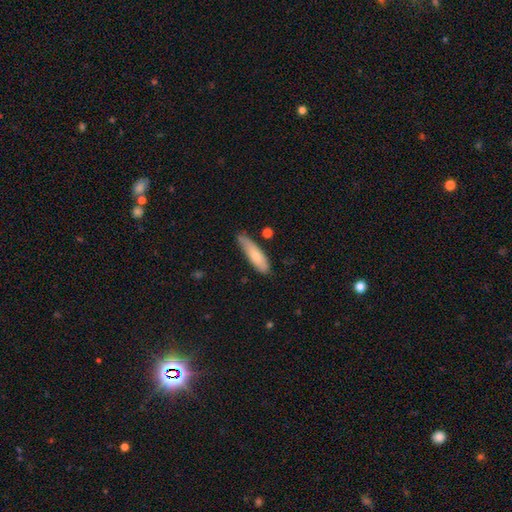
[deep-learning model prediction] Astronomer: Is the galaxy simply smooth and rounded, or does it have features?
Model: smooth — 75%.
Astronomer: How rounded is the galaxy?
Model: cigar-shaped — 68%.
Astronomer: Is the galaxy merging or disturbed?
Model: none — 63%.